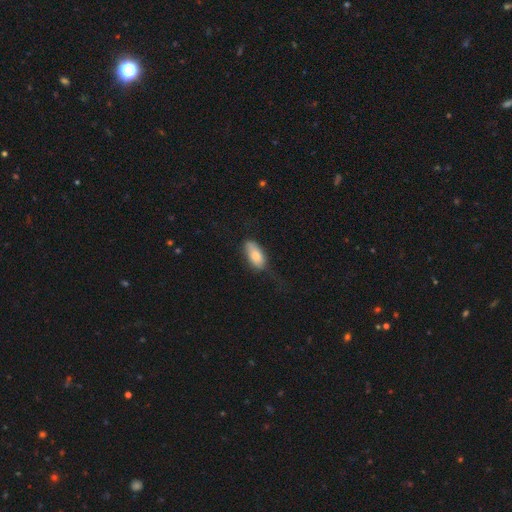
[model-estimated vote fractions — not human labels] The model was most divided on "merging": none: 53%, minor disturbance: 32%, major disturbance: 13%, merger: 2%. More confident: how rounded — in between (89%); smooth or featured — smooth (80%).